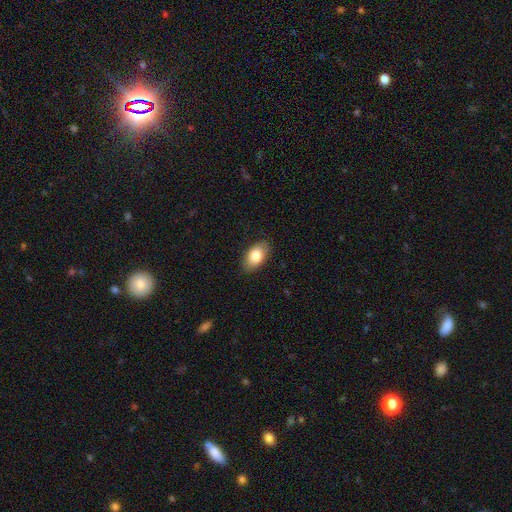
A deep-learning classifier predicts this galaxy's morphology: Smooth or featured?
  - smooth: 82% *
  - featured or disk: 11%
  - star or artifact: 7%
How rounded?
  - in between: 92% *
  - round: 6%
  - cigar-shaped: 2%
Merging?
  - none: 85% *
  - minor disturbance: 12%
  - major disturbance: 3%
  - merger: 1%